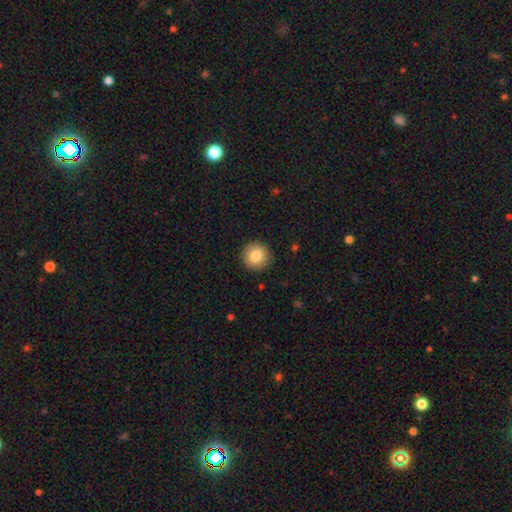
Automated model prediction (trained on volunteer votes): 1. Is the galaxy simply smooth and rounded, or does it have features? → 83% smooth, 9% featured or disk, 8% star or artifact.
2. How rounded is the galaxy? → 94% round, 5% in between, 1% cigar-shaped.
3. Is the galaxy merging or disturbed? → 91% none, 6% minor disturbance, 2% major disturbance, 1% merger.